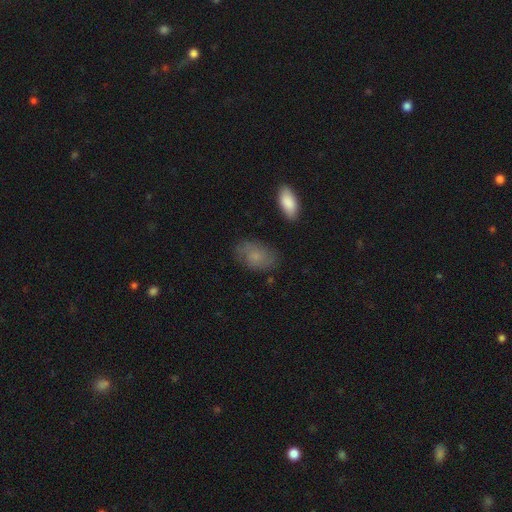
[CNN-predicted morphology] Q: Smooth or featured?
A: smooth (70%); runner-up: featured or disk (22%)
Q: How rounded?
A: in between (88%); runner-up: round (10%)
Q: Merging?
A: none (73%); runner-up: minor disturbance (20%)